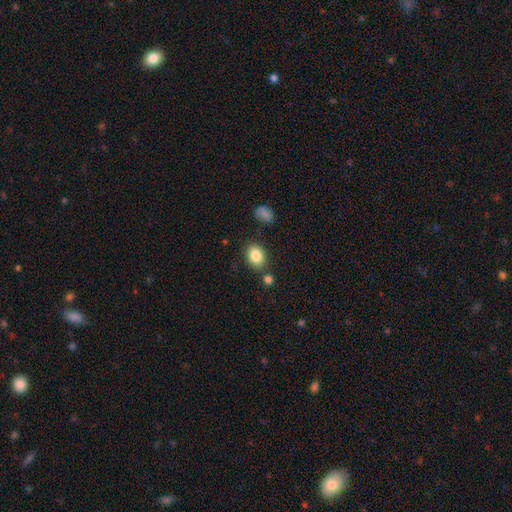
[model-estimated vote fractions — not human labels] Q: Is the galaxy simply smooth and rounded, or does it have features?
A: smooth — 84%.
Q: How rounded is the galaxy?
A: in between — 64%.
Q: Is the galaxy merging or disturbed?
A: none — 78%.